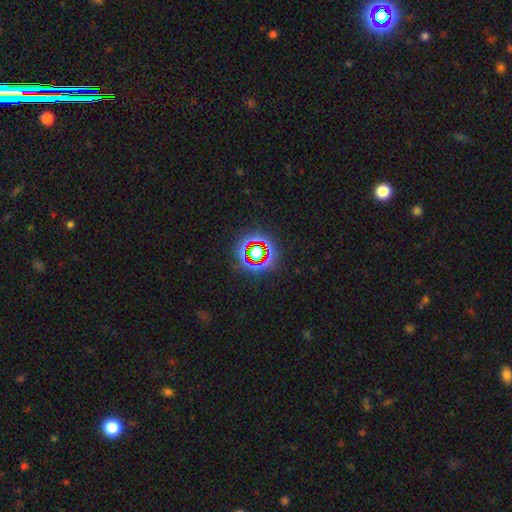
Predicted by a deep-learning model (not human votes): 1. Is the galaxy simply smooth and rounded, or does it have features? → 68% star or artifact, 20% smooth, 12% featured or disk.